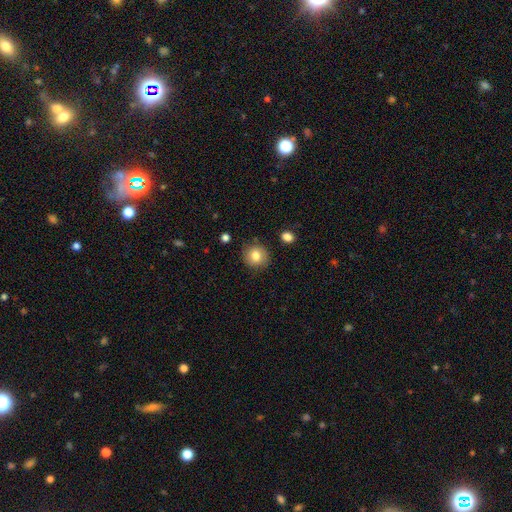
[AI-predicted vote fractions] Q: Smooth or featured?
A: smooth (80%); runner-up: featured or disk (10%)
Q: How rounded?
A: round (87%); runner-up: in between (12%)
Q: Merging?
A: none (86%); runner-up: minor disturbance (10%)